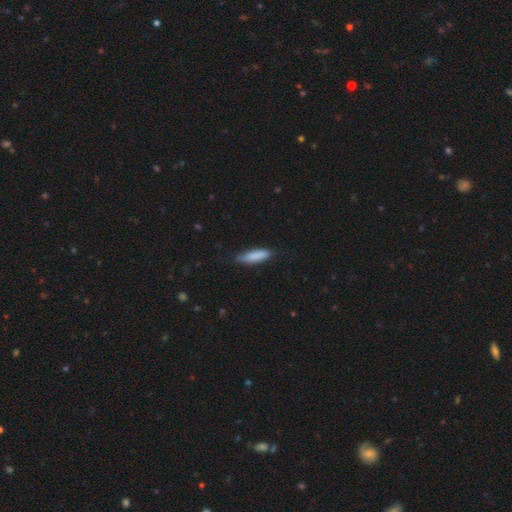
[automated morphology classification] smooth-or-featured: smooth: 86% | featured or disk: 8% | star or artifact: 6%
  how-rounded: cigar-shaped: 61% | in between: 38% | round: 2%
  merging: none: 79% | minor disturbance: 17% | major disturbance: 3% | merger: 1%